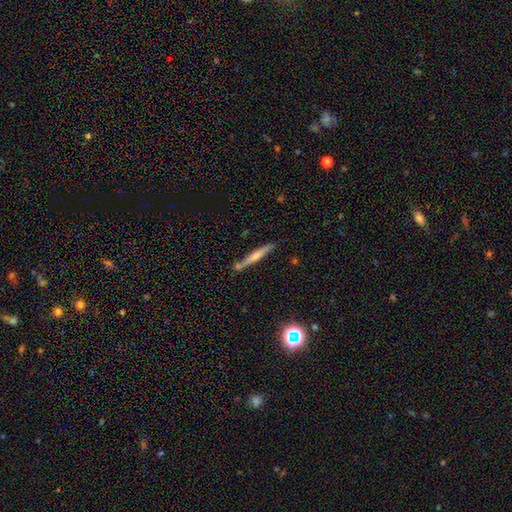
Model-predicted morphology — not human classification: type=smooth (50%); roundness=cigar-shaped (95%); merging=none (72%).